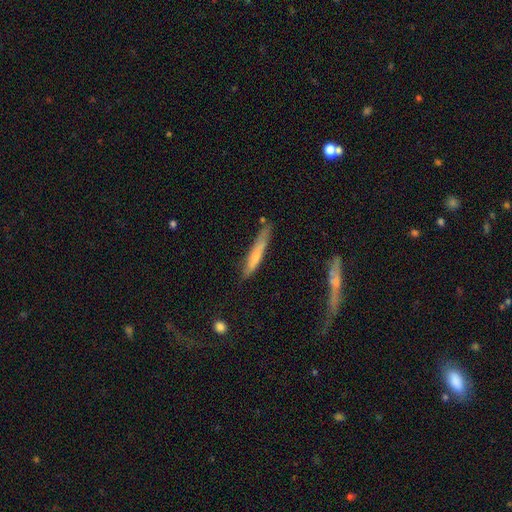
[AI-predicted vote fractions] This is likely a smooth galaxy (60%). How rounded: clearly cigar-shaped (92%). Merging: likely none (69%).